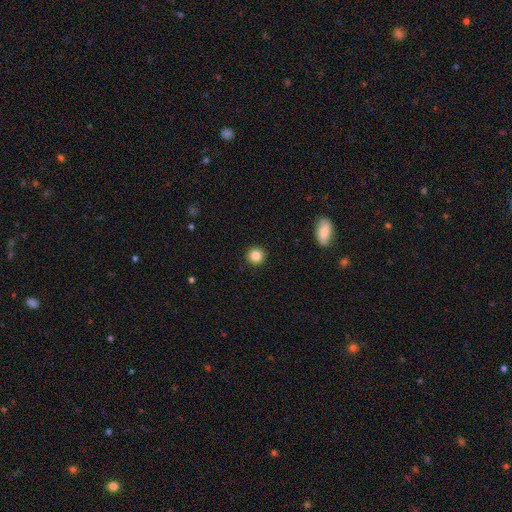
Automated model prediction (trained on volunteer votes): This is clearly a smooth galaxy (85%). How rounded: clearly round (94%). Merging: clearly none (93%).